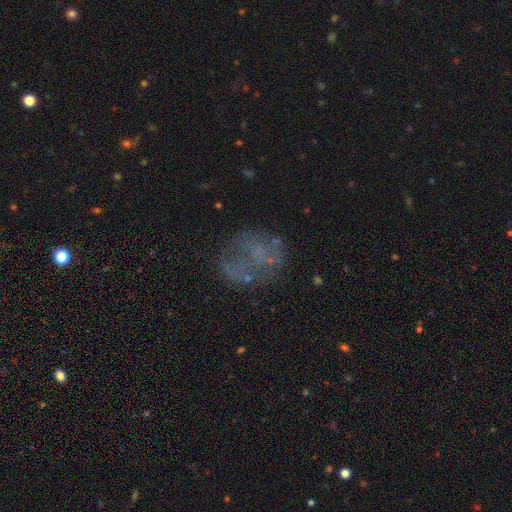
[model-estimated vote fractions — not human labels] A featured or disk galaxy (47%).

Vote fractions:
- Smooth or featured? featured or disk: 47% / smooth: 30% / star or artifact: 23%
- Merging? none: 55% / major disturbance: 21% / minor disturbance: 18% / merger: 6%